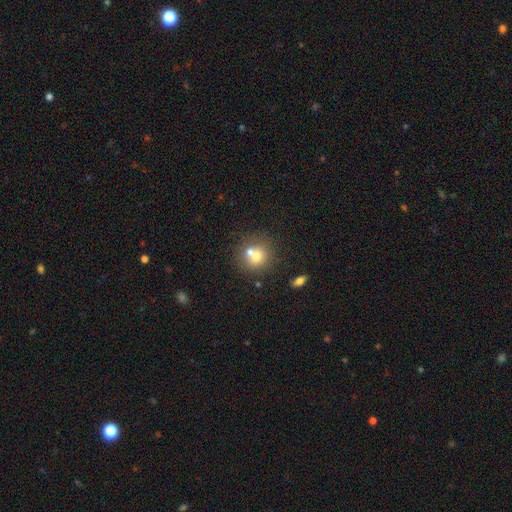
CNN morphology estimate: Smooth or featured?
  - smooth: 68% *
  - featured or disk: 20%
  - star or artifact: 12%
How rounded?
  - round: 86% *
  - in between: 13%
  - cigar-shaped: 1%
Merging?
  - none: 49% *
  - merger: 40%
  - minor disturbance: 8%
  - major disturbance: 3%